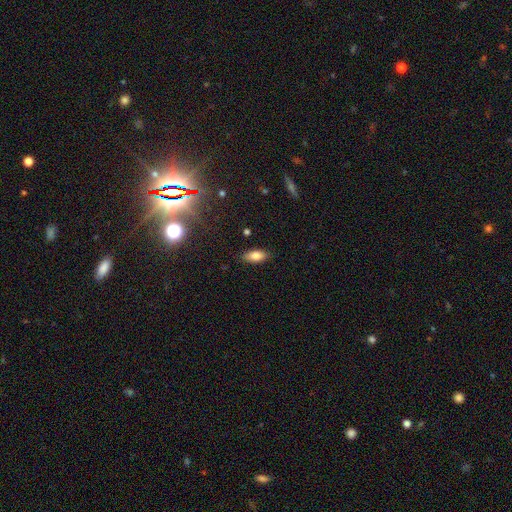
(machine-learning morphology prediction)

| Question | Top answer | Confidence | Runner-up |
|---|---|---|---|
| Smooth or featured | smooth | 80% | featured or disk (11%) |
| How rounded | in between | 87% | cigar-shaped (10%) |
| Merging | none | 86% | minor disturbance (10%) |